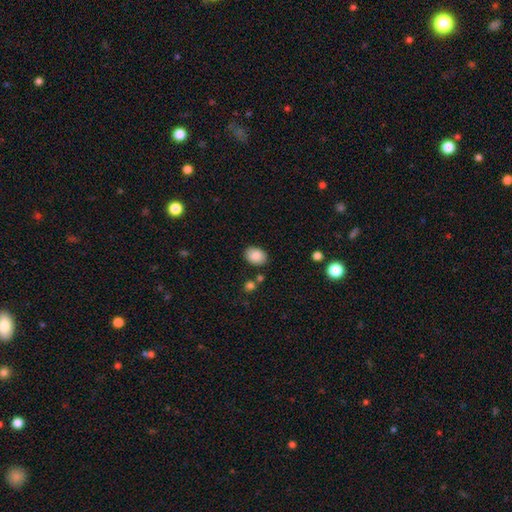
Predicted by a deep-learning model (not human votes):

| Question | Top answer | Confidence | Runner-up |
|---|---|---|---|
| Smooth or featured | smooth | 87% | star or artifact (8%) |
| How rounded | in between | 73% | round (26%) |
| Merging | none | 84% | minor disturbance (10%) |